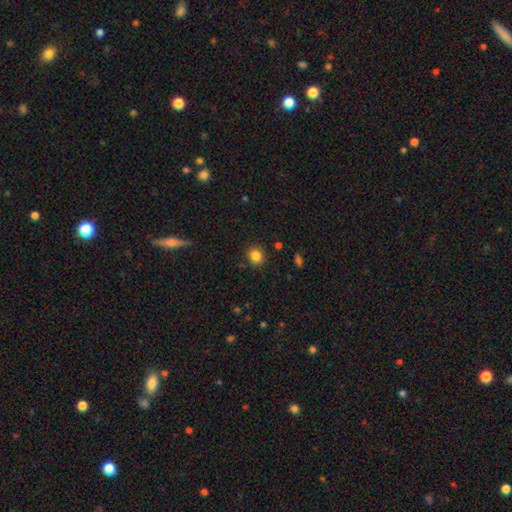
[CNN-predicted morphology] This appears to be a smooth galaxy with no disk features (84%) that is round (79%). Merging: none (87%).